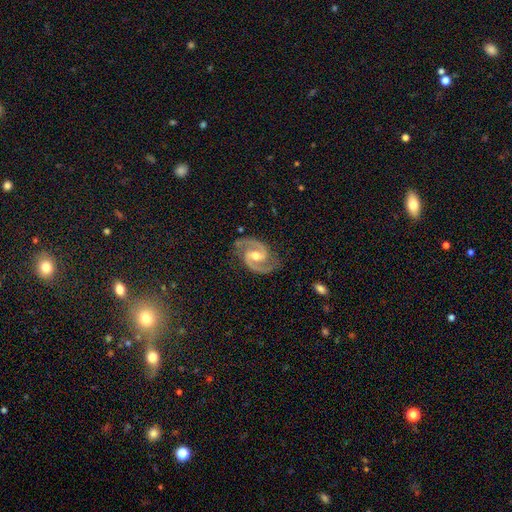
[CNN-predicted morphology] Q: Smooth or featured?
A: featured or disk (93%); runner-up: star or artifact (4%)
Q: Edge-on disk?
A: no (98%); runner-up: yes (2%)
Q: Bar?
A: weak (49%); runner-up: strong (26%)
Q: Spiral arms?
A: yes (99%); runner-up: no (1%)
Q: Spiral winding?
A: medium (65%); runner-up: tight (24%)
Q: Spiral arm count?
A: 2 (95%); runner-up: can't tell (1%)
Q: Bulge size?
A: moderate (70%); runner-up: small (23%)
Q: Merging?
A: none (83%); runner-up: minor disturbance (13%)